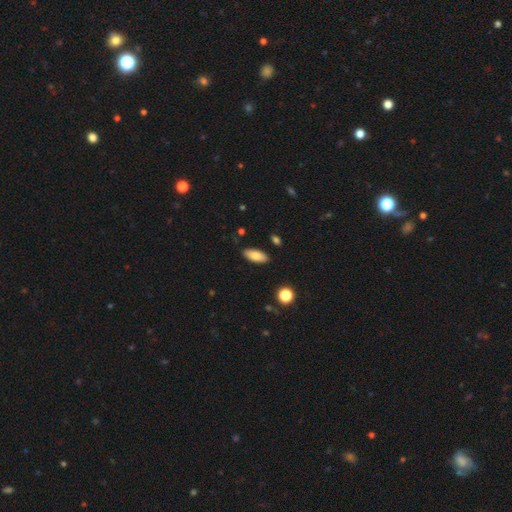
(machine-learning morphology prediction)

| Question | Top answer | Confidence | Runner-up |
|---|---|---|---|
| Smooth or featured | smooth | 81% | featured or disk (12%) |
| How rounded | in between | 84% | cigar-shaped (13%) |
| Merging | none | 87% | minor disturbance (10%) |